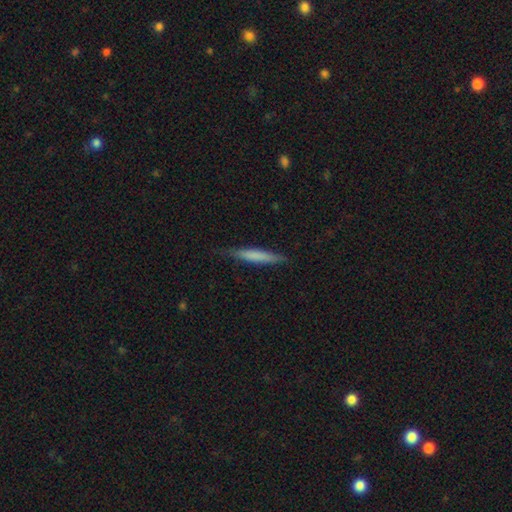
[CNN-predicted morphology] A smooth galaxy with no disk features (67%) that is cigar-shaped (93%). Merging: none (82%).